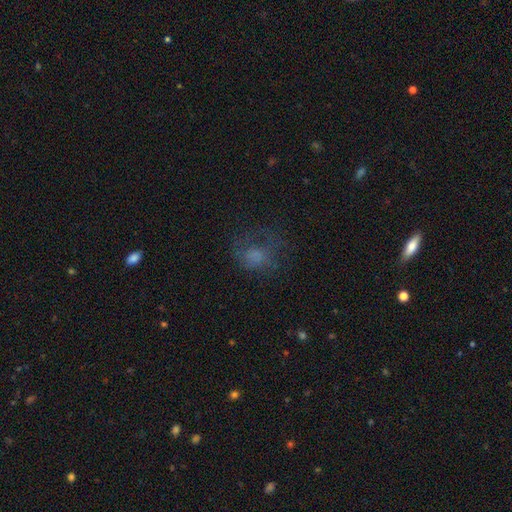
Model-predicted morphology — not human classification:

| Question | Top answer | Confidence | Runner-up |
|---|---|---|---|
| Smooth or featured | smooth | 55% | featured or disk (25%) |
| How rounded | round | 59% | in between (39%) |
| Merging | none | 46% | major disturbance (32%) |